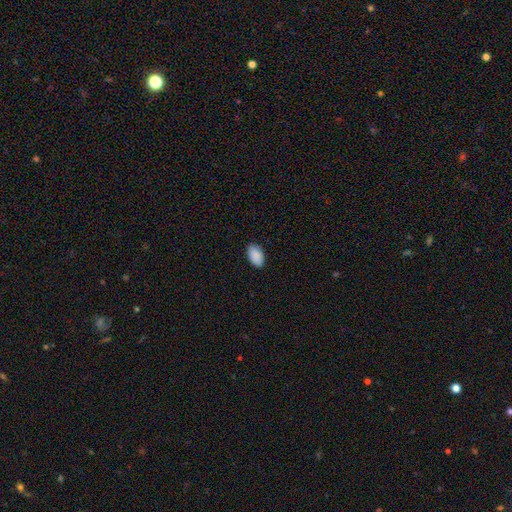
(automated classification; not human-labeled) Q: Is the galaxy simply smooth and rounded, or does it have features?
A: smooth — 90%.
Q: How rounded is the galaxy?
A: in between — 94%.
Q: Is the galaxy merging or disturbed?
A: none — 88%.